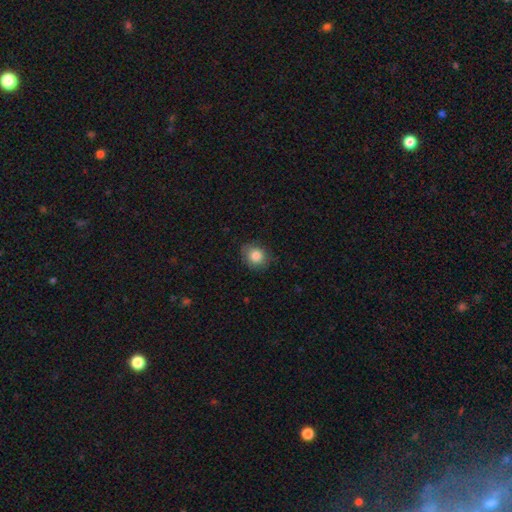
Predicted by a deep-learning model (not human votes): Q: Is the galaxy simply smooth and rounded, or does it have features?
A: smooth — 84%.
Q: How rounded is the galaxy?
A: round — 71%.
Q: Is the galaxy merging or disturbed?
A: none — 78%.